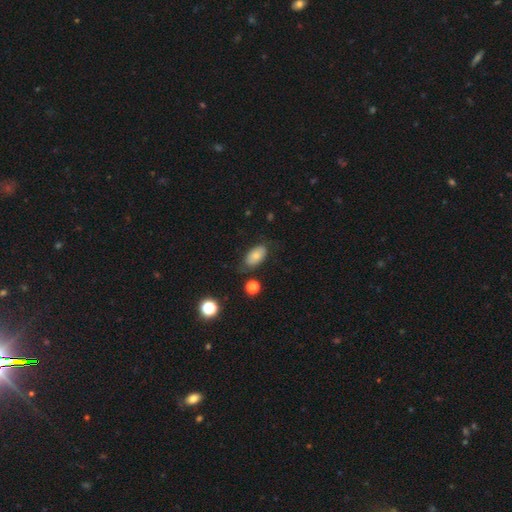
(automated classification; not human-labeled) Q: Smooth or featured?
A: smooth (72%); runner-up: featured or disk (18%)
Q: How rounded?
A: in between (91%); runner-up: round (7%)
Q: Merging?
A: none (68%); runner-up: minor disturbance (22%)